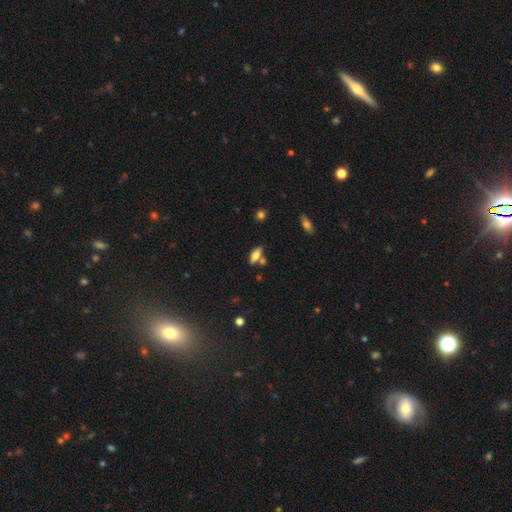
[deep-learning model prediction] A smooth galaxy with no disk features (63%) that is in between round and cigar-shaped (74%).

Vote fractions:
- Smooth or featured? smooth: 63% / featured or disk: 28% / star or artifact: 9%
- How rounded? in between: 74% / cigar-shaped: 23% / round: 4%
- Merging? none: 64% / merger: 18% / minor disturbance: 14% / major disturbance: 4%